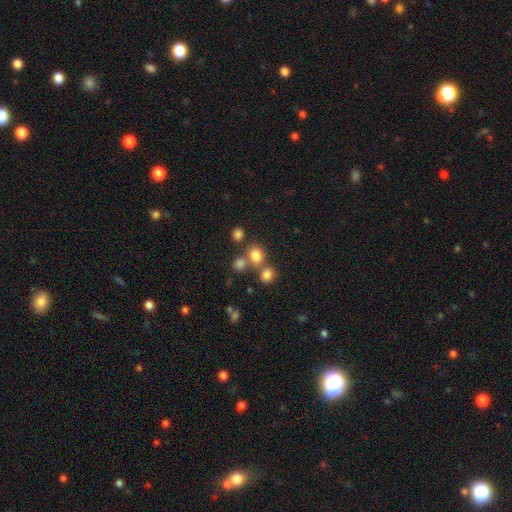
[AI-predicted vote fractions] smooth_or_featured: smooth (p=0.77) [alt: star or artifact p=0.15]
how_rounded: round (p=0.69) [alt: in between p=0.30]
merging: none (p=0.58) [alt: merger p=0.28]